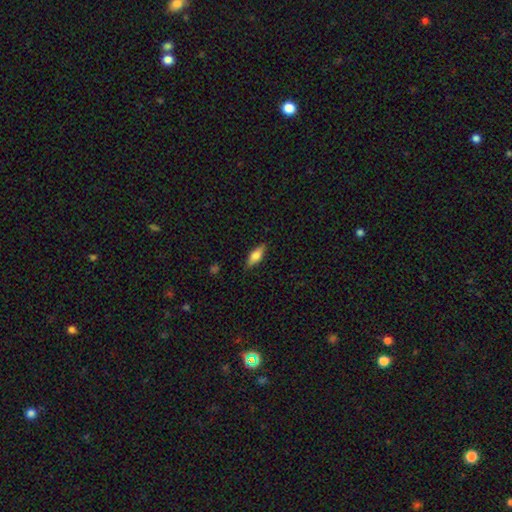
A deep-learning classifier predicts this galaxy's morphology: smooth 69%, featured or disk 25%, star or artifact 7%. Down the decision tree: how rounded — in between (67%); merging — none (85%).